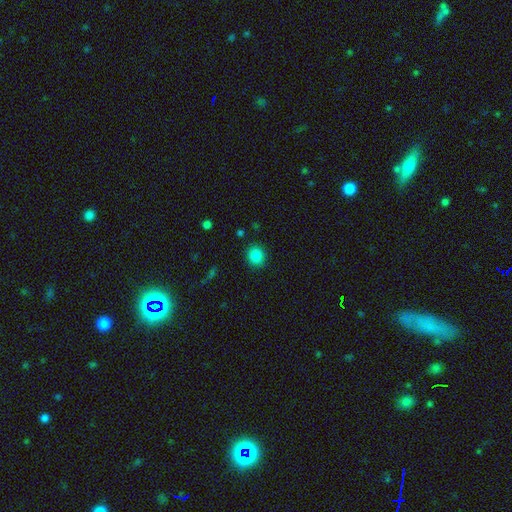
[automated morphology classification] Smooth or featured: smooth — 85% (star or artifact — 11%)
How rounded: round — 76% (in between — 23%)
Merging: none — 88% (minor disturbance — 8%)